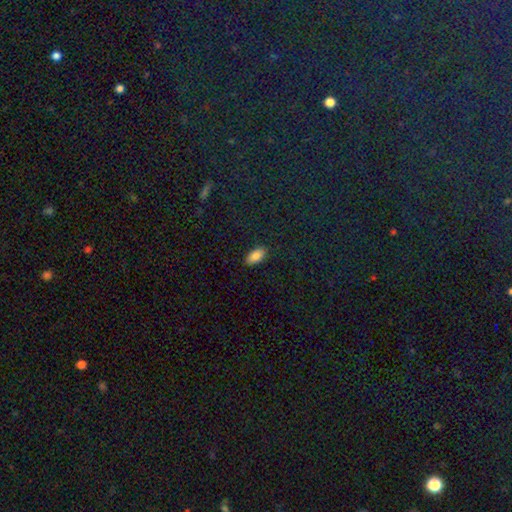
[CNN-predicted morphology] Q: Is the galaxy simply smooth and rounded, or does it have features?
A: smooth — 85%.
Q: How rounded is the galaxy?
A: in between — 91%.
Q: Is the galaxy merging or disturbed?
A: none — 88%.